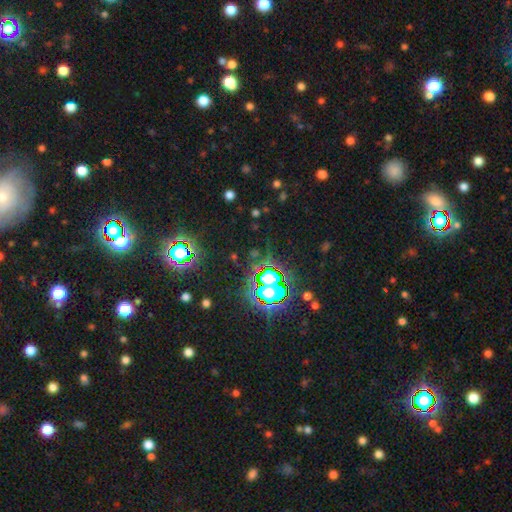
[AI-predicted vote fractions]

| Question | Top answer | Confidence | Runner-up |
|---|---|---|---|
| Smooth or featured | star or artifact | 72% | smooth (18%) |